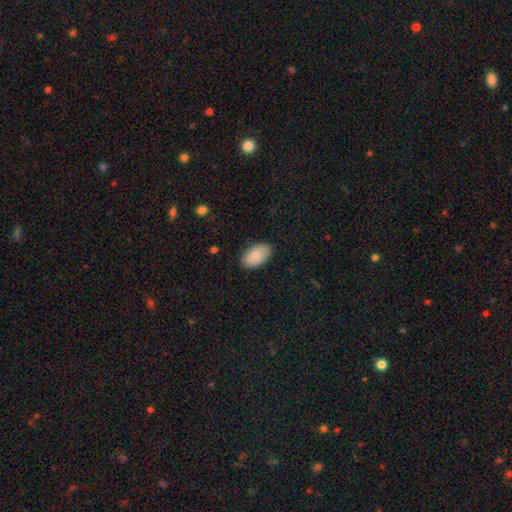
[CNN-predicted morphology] smooth-or-featured: smooth: 89% | star or artifact: 6% | featured or disk: 5%
  how-rounded: in between: 95% | round: 3% | cigar-shaped: 1%
  merging: none: 86% | minor disturbance: 10% | major disturbance: 2% | merger: 1%